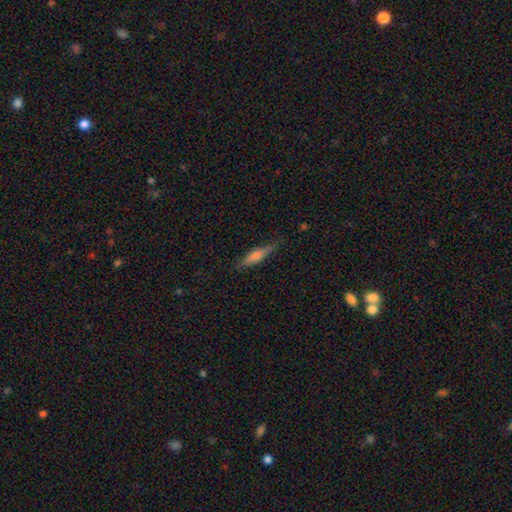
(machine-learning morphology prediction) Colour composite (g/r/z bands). It shows a smooth galaxy with no disk features (59%) that is cigar-shaped (77%). Merging: none (76%).